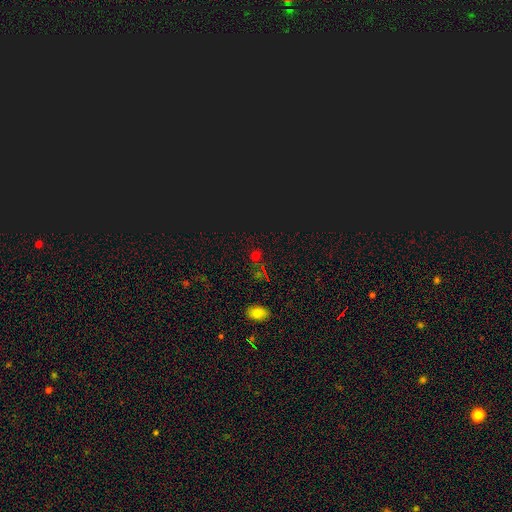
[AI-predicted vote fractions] smooth-or-featured: star or artifact: 58% | smooth: 36% | featured or disk: 6%